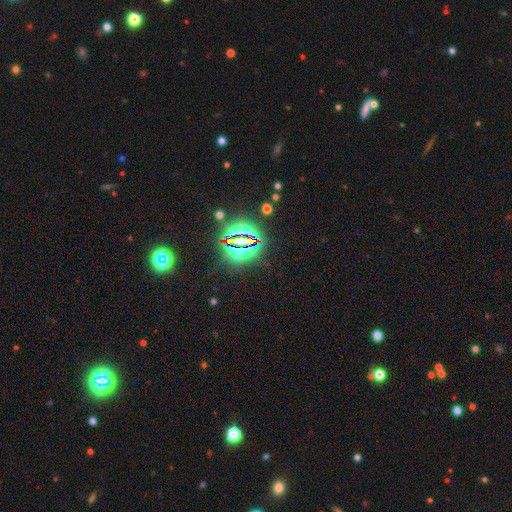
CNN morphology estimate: This is clearly a star or artifact rather than a galaxy (83%).